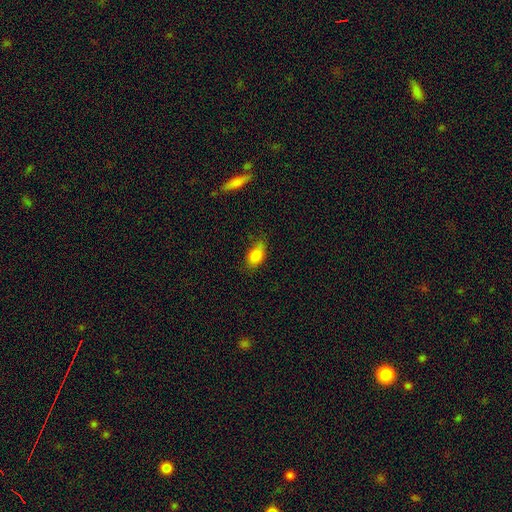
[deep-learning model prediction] A smooth galaxy with no disk features (83%) that is in between round and cigar-shaped (86%).

Vote fractions:
- Smooth or featured? smooth: 83% / star or artifact: 9% / featured or disk: 9%
- How rounded? in between: 86% / round: 10% / cigar-shaped: 4%
- Merging? none: 69% / minor disturbance: 24% / major disturbance: 5% / merger: 2%